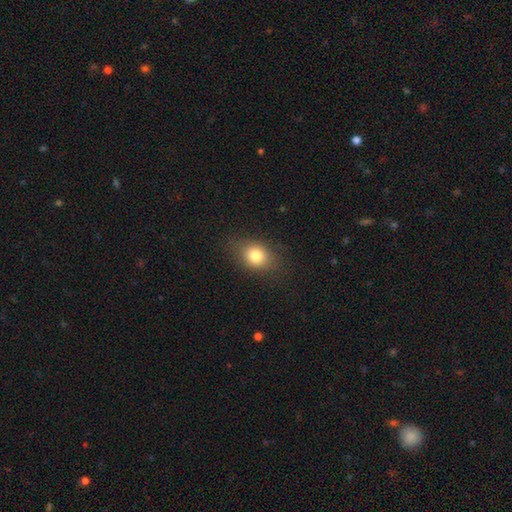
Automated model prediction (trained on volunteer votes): A smooth galaxy with no disk features (79%) that is in between round and cigar-shaped (53%).

Vote fractions:
- Smooth or featured? smooth: 79% / star or artifact: 11% / featured or disk: 10%
- How rounded? in between: 53% / round: 46% / cigar-shaped: 1%
- Merging? none: 82% / minor disturbance: 13% / major disturbance: 4% / merger: 1%